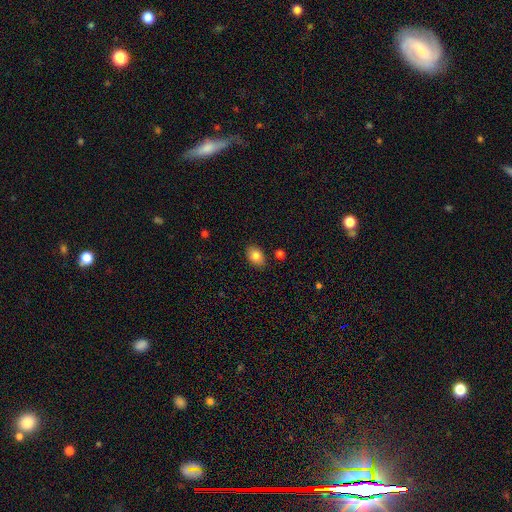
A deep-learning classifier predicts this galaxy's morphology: This is clearly a smooth galaxy (85%). How rounded: clearly in between (80%). Merging: clearly none (84%).